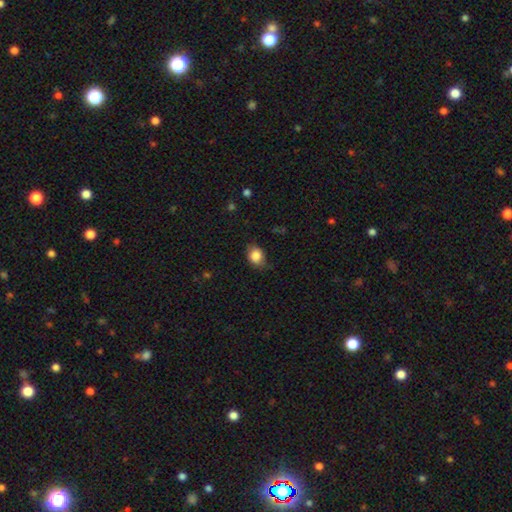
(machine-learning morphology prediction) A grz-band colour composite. It shows a smooth galaxy with no disk features (85%) that is in between round and cigar-shaped (60%). Merging: none (70%).